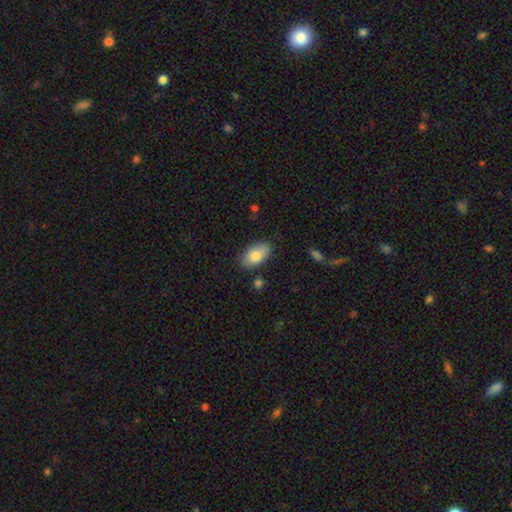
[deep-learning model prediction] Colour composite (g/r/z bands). It shows a smooth galaxy with no disk features (81%) that is in between round and cigar-shaped (93%). Merging: none (80%).